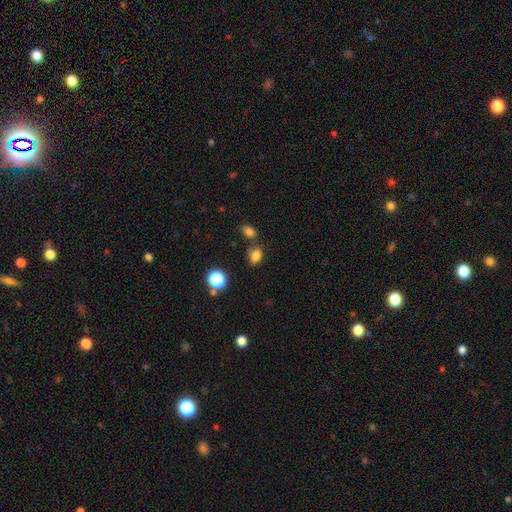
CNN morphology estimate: This is likely a smooth galaxy (78%). How rounded: likely in between (77%). Merging: likely none (61%).